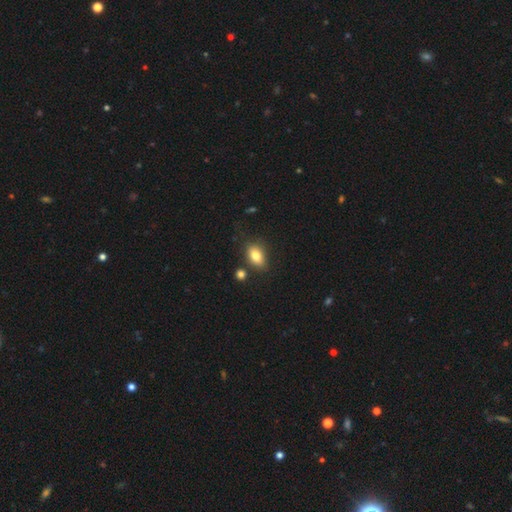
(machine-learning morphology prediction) smooth 80%, featured or disk 11%, star or artifact 9%. Down the decision tree: how rounded — in between (84%); merging — none (74%).